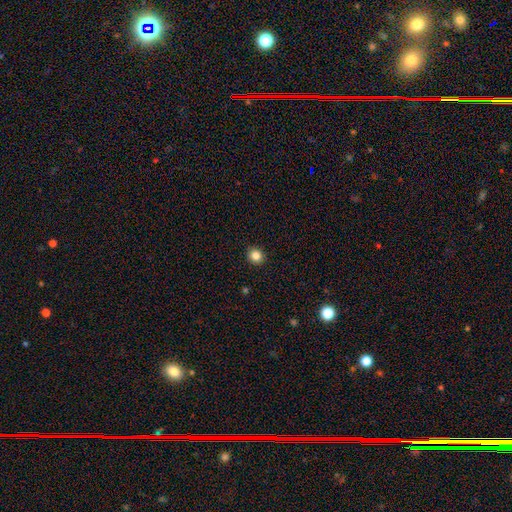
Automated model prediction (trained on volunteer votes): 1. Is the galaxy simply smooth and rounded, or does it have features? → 84% smooth, 11% star or artifact, 5% featured or disk.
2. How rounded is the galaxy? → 81% round, 18% in between, 1% cigar-shaped.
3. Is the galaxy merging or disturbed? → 92% none, 5% minor disturbance, 2% major disturbance, 1% merger.